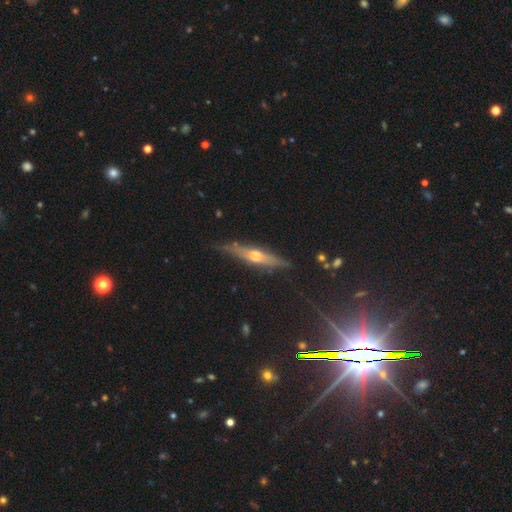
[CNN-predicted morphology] Smooth or featured? Predicted: featured or disk (p=0.67). Edge-on disk? Predicted: yes (p=0.92). Edge-on bulge? Predicted: rounded (p=0.88). Merging? Predicted: none (p=0.79).